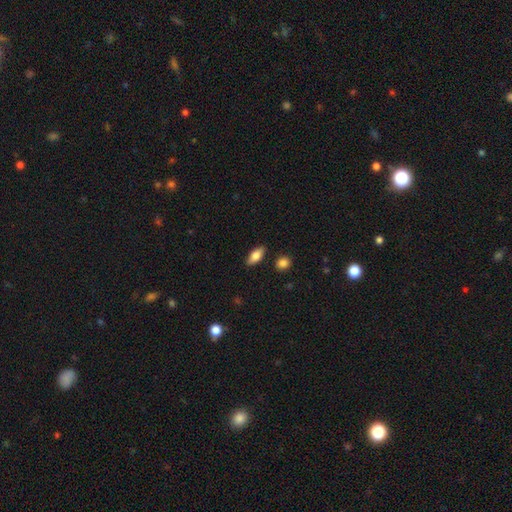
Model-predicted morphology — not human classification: Overall: smooth (77%). How rounded: in between (83%). Merging: none (86%).